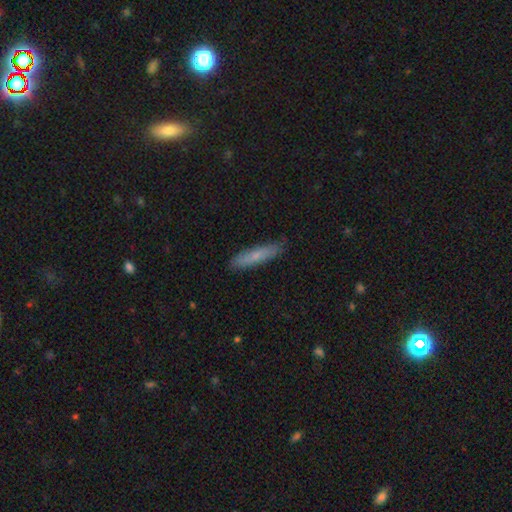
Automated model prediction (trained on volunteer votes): Overall: smooth (71%). How rounded: cigar-shaped (84%). Merging: none (85%).